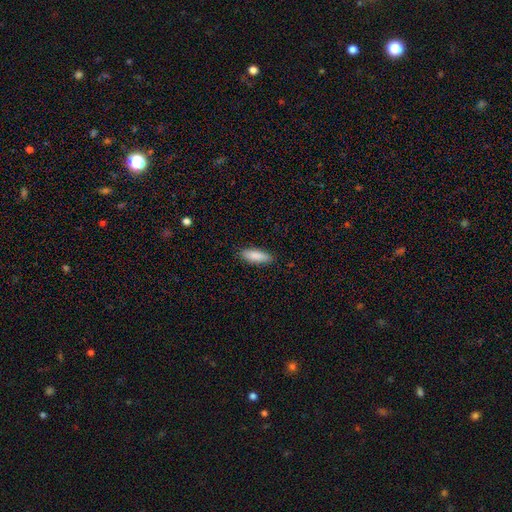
Morphology: type=smooth (89%); roundness=in between (91%); merging=none (69%).